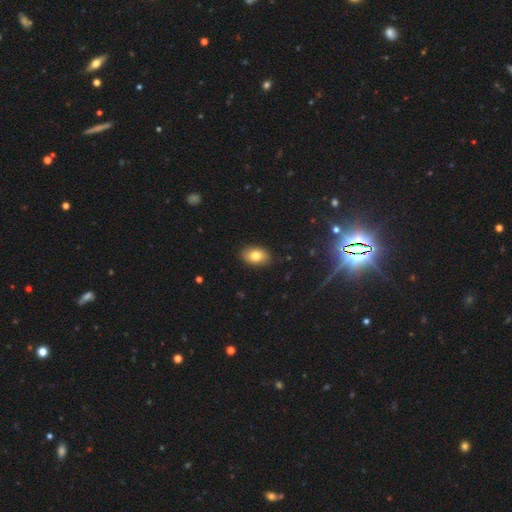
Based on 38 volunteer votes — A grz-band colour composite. It shows a smooth galaxy with no disk features (79%) that is in between round and cigar-shaped (87%). Merging: none (100%).